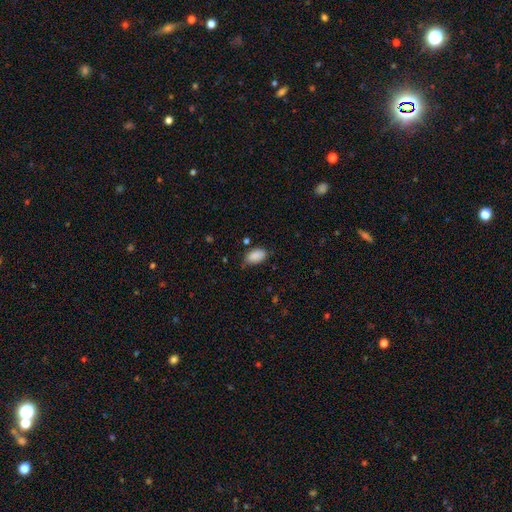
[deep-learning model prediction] smooth_or_featured: smooth (p=0.88) [alt: star or artifact p=0.07]
how_rounded: in between (p=0.93) [alt: round p=0.06]
merging: none (p=0.66) [alt: minor disturbance p=0.27]